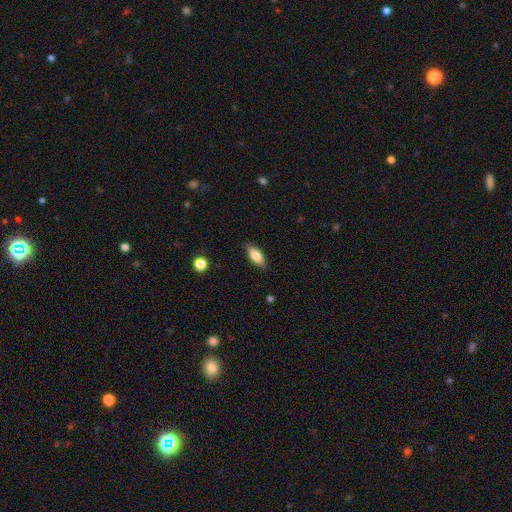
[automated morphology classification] Smooth or featured?
  - smooth: 74% *
  - featured or disk: 19%
  - star or artifact: 7%
How rounded?
  - in between: 78% *
  - cigar-shaped: 19%
  - round: 3%
Merging?
  - none: 86% *
  - minor disturbance: 11%
  - major disturbance: 2%
  - merger: 1%